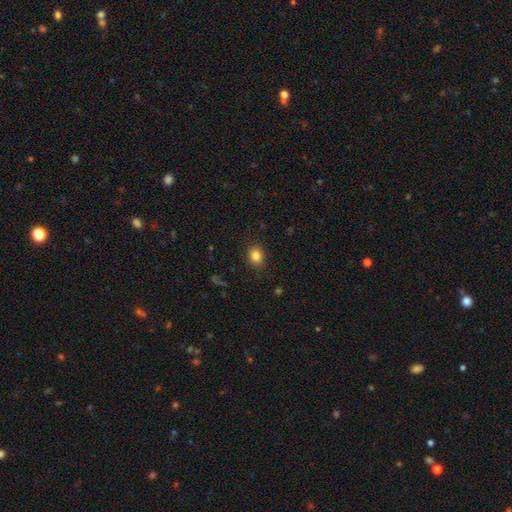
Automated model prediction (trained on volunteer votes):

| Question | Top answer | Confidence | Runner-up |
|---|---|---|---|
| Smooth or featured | smooth | 83% | star or artifact (11%) |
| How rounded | round | 54% | in between (45%) |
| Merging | none | 88% | minor disturbance (9%) |